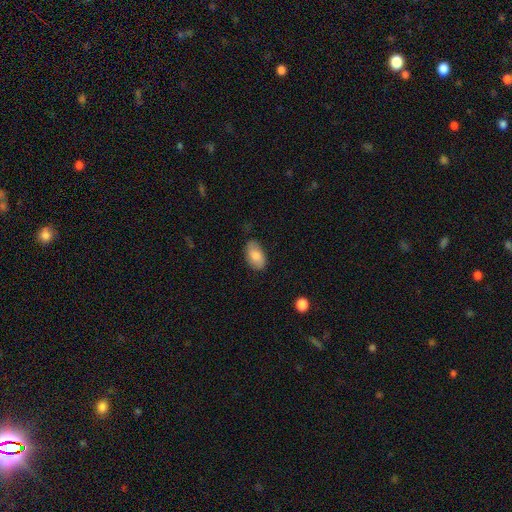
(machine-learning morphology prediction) Q: Smooth or featured?
A: smooth (79%); runner-up: featured or disk (14%)
Q: How rounded?
A: in between (93%); runner-up: round (5%)
Q: Merging?
A: none (75%); runner-up: minor disturbance (19%)